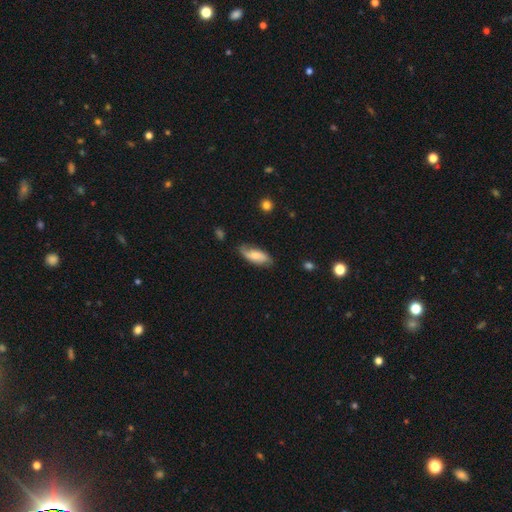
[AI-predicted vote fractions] Smooth or featured? Predicted: smooth (p=0.60). How rounded? Predicted: in between (p=0.80). Merging? Predicted: none (p=0.72).